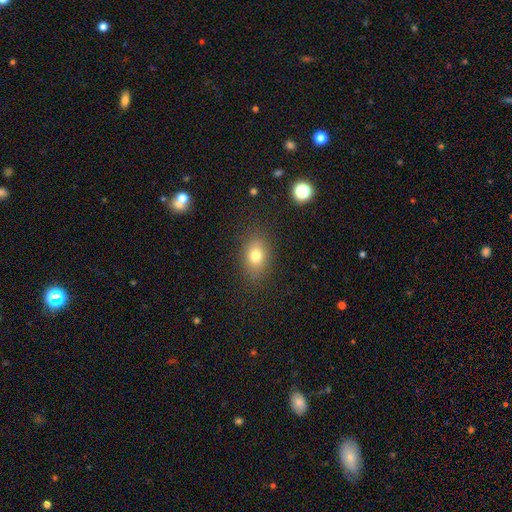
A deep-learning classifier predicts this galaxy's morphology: The model was most divided on "how rounded": in between: 74%, round: 24%, cigar-shaped: 2%. More confident: merging — none (84%); smooth or featured — smooth (76%).